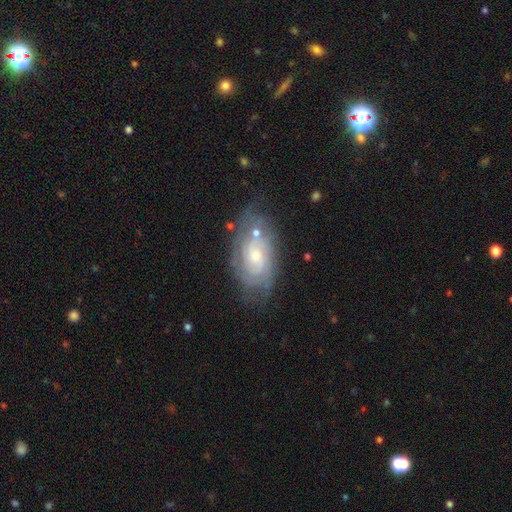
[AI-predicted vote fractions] A featured or disk galaxy (73%) with no bar (68%), tight (61%) spiral arms (87%) and a small central bulge (50%). Merging: none (58%).